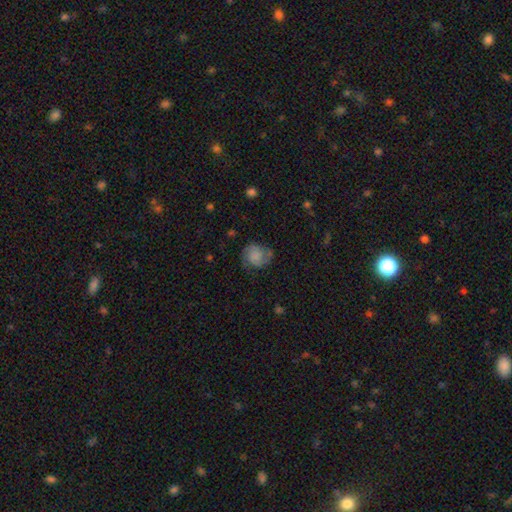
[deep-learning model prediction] featured or disk 50%, smooth 41%, star or artifact 9%. Down the decision tree: edge-on disk — no (98%); merging — none (68%).